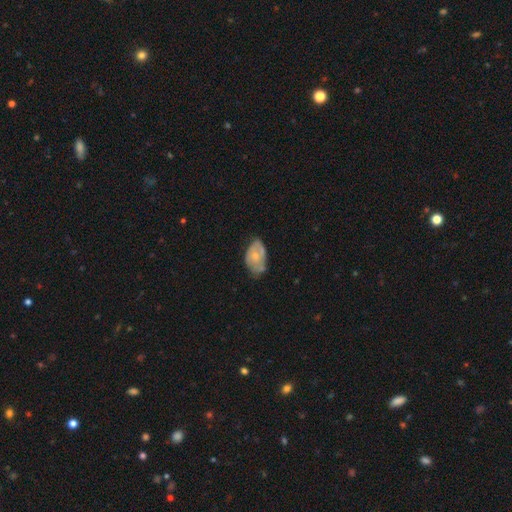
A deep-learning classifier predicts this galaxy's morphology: Smooth or featured?
  - smooth: 49% *
  - featured or disk: 44%
  - star or artifact: 6%
Merging?
  - none: 47% *
  - minor disturbance: 38%
  - major disturbance: 11%
  - merger: 4%